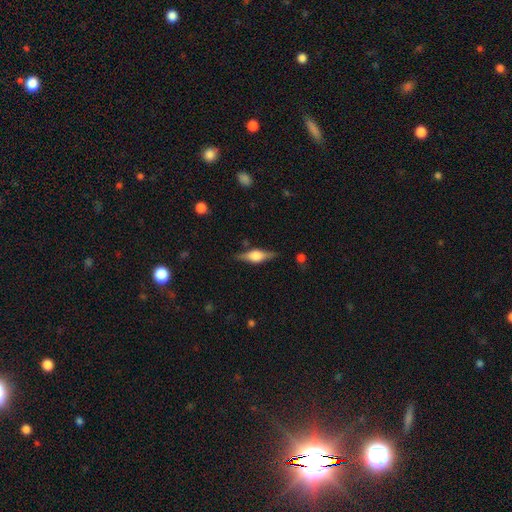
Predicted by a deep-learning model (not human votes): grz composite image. It shows a featured or disk galaxy (67%) viewed edge-on (96%) with a rounded central bulge (86%). Merging: none (84%).